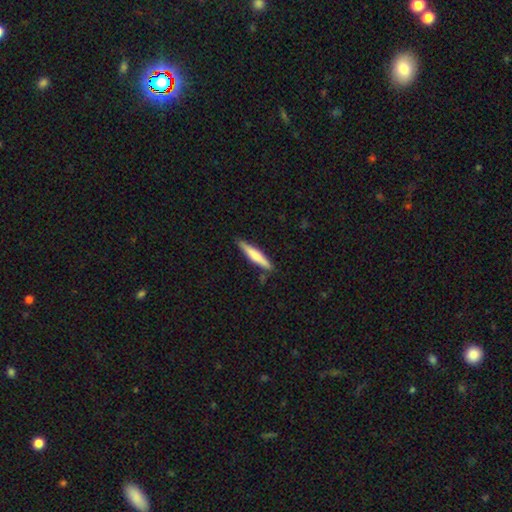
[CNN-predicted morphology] smooth-or-featured: smooth: 61% | featured or disk: 34% | star or artifact: 5%
  how-rounded: cigar-shaped: 91% | in between: 8% | round: 1%
  merging: none: 85% | minor disturbance: 11% | merger: 2% | major disturbance: 2%